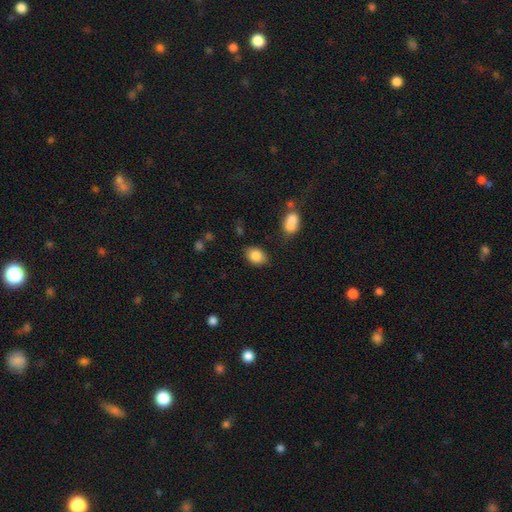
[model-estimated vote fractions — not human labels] Smooth or featured? Predicted: smooth (p=0.84). How rounded? Predicted: in between (p=0.73). Merging? Predicted: none (p=0.81).